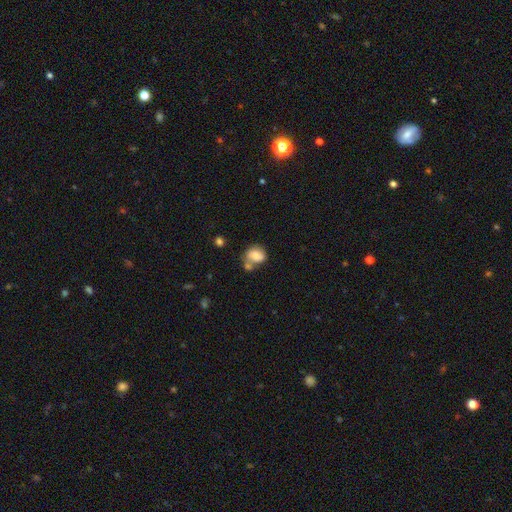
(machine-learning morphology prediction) Smooth or featured?
  - smooth: 72% *
  - featured or disk: 19%
  - star or artifact: 9%
How rounded?
  - in between: 51% *
  - round: 48%
  - cigar-shaped: 1%
Merging?
  - merger: 38% *
  - none: 33%
  - minor disturbance: 19%
  - major disturbance: 10%